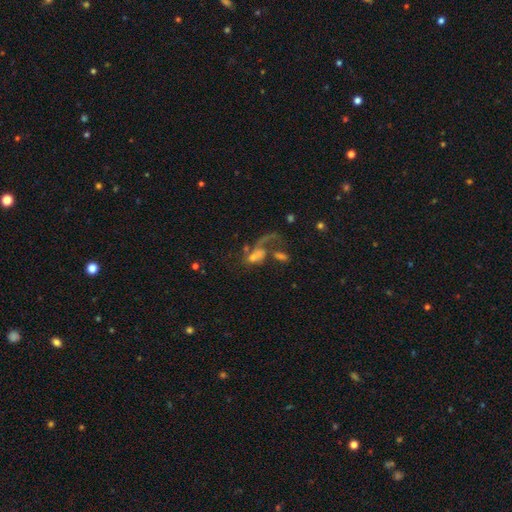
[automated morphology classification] A featured or disk galaxy (46%). Merging: merger (41%).